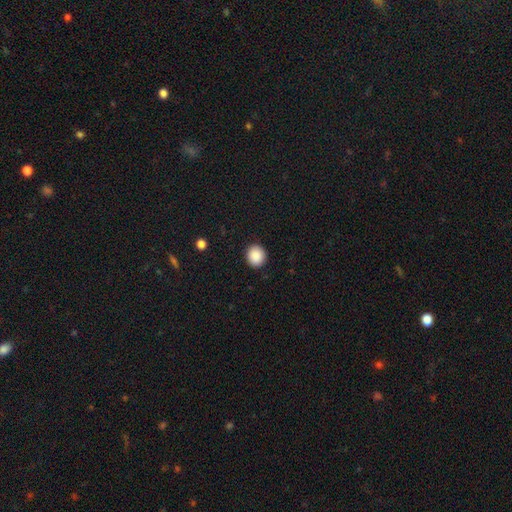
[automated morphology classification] Smooth or featured: smooth — 89% (star or artifact — 8%)
How rounded: round — 83% (in between — 16%)
Merging: none — 91% (minor disturbance — 6%)